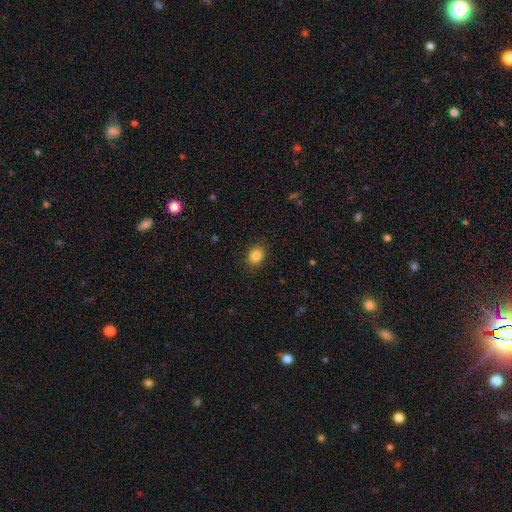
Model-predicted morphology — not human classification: type=smooth (85%); roundness=round (59%); merging=none (89%).